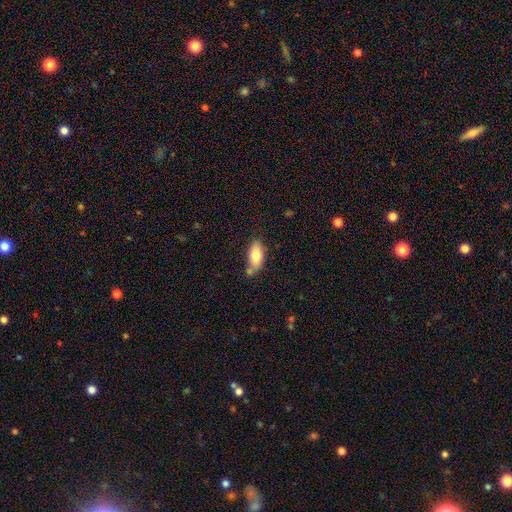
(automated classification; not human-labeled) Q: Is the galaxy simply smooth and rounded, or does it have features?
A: smooth — 79%.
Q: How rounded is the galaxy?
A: in between — 88%.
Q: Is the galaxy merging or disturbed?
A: none — 60%.